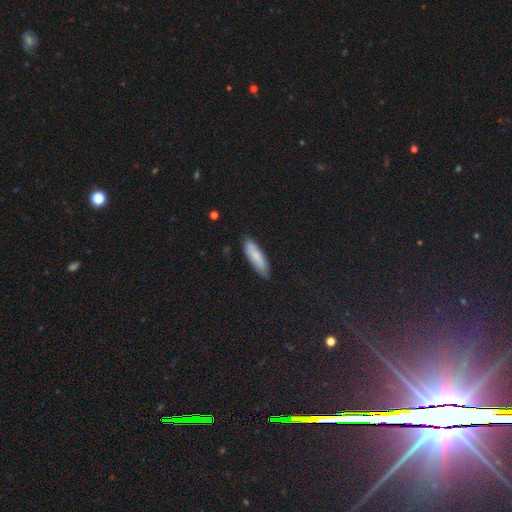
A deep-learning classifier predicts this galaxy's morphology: Overall: smooth (73%). How rounded: cigar-shaped (52%; in between 46%). Merging: none (79%).